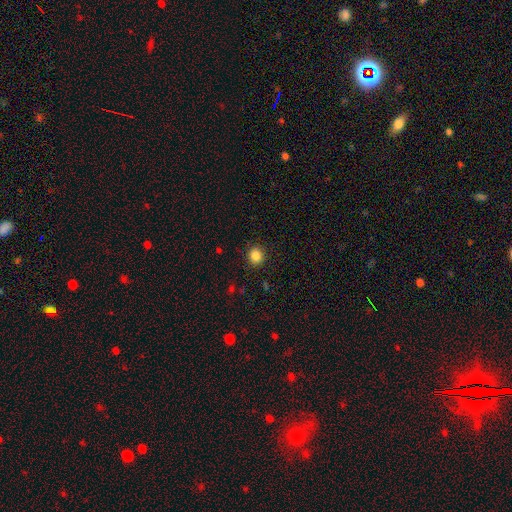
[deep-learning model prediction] Q: Smooth or featured?
A: smooth (86%); runner-up: star or artifact (10%)
Q: How rounded?
A: round (82%); runner-up: in between (17%)
Q: Merging?
A: none (89%); runner-up: minor disturbance (8%)